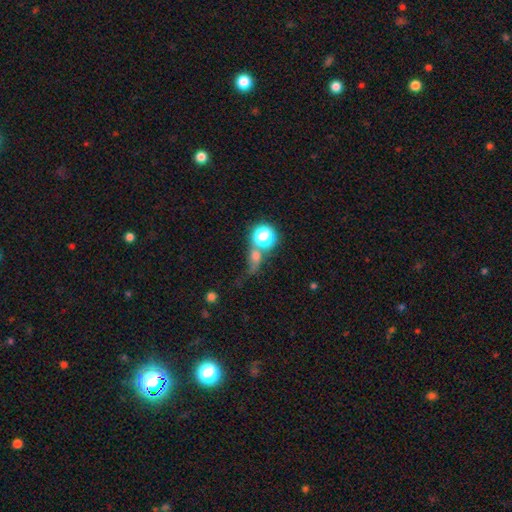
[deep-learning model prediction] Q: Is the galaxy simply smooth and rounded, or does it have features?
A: smooth — 54%.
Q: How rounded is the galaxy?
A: round — 61%.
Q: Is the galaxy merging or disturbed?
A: none — 40%.